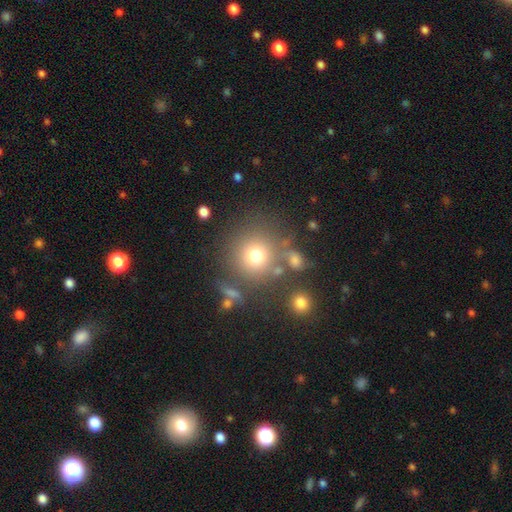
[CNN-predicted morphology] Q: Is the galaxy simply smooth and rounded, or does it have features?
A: smooth — 74%.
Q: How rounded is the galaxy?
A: round — 92%.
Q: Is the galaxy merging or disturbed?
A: none — 74%.